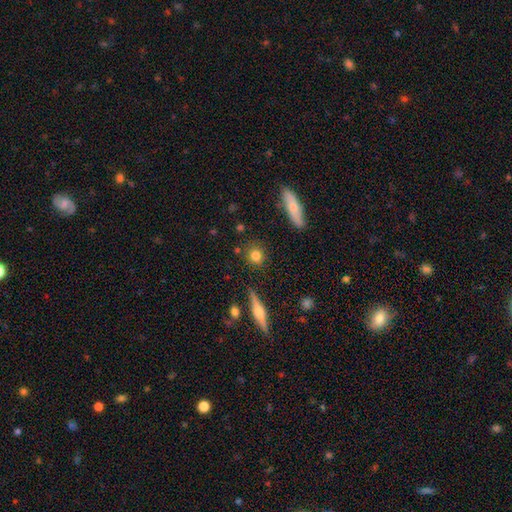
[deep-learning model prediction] Morphology: type=smooth (80%); roundness=round (83%); merging=none (86%).